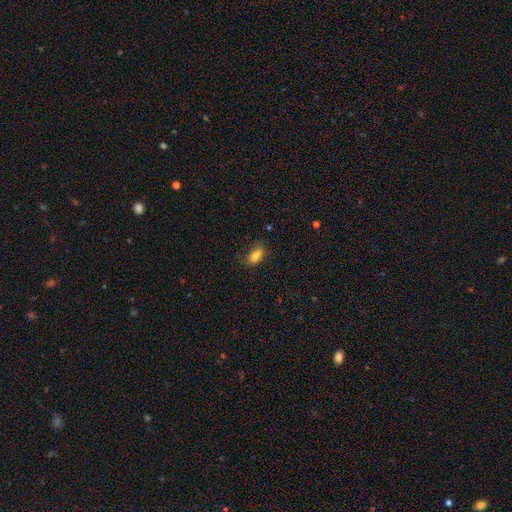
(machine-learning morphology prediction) This appears to be a smooth galaxy with no disk features (84%) that is in between round and cigar-shaped (88%). Merging: none (75%).